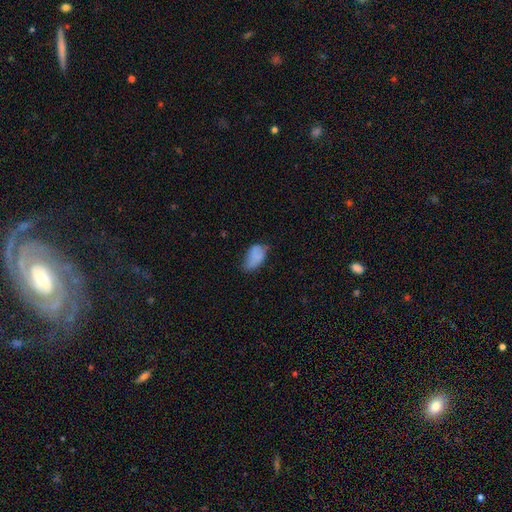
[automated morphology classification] A smooth galaxy with no disk features (77%) that is in between round and cigar-shaped (92%). Merging: minor disturbance (40%).